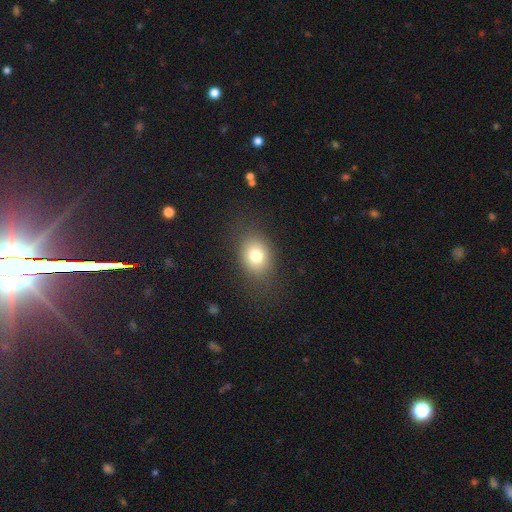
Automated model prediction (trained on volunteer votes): smooth 77%, star or artifact 12%, featured or disk 11%. Down the decision tree: how rounded — in between (56%); merging — none (81%).